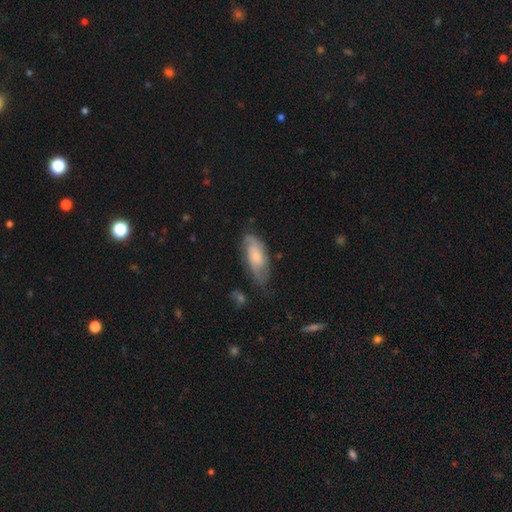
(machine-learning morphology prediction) A featured or disk galaxy (54%). Merging: none (59%).